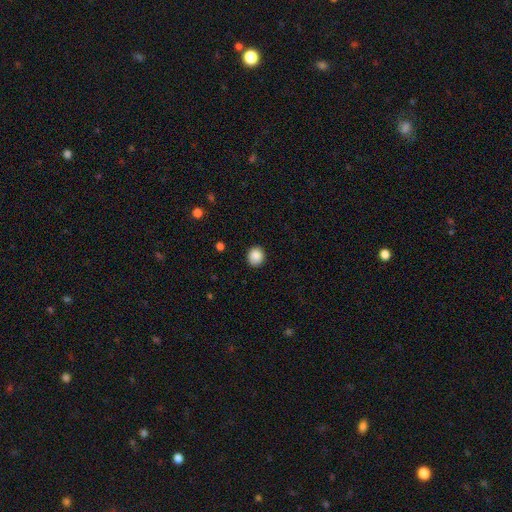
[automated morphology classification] type=smooth (88%); roundness=round (80%); merging=none (90%).